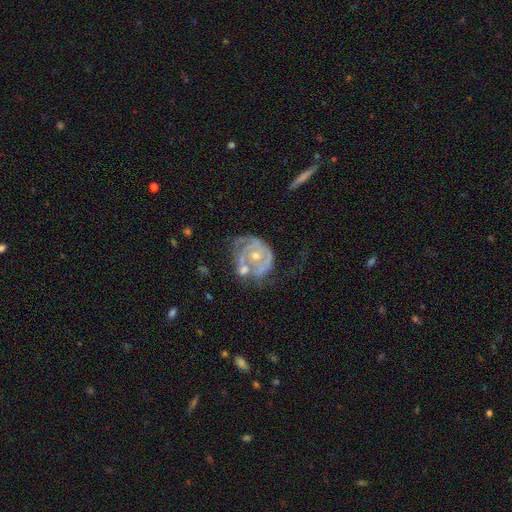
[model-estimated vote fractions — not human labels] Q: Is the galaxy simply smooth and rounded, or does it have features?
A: featured or disk — 82%.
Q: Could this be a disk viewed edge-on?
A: no — 98%.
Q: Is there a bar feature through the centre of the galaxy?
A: no — 79%.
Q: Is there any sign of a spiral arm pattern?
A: yes — 84%.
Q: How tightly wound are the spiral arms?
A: tight — 64%.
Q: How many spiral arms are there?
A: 2 — 36%.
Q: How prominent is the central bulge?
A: small — 51%.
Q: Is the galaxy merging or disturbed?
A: none — 35%.